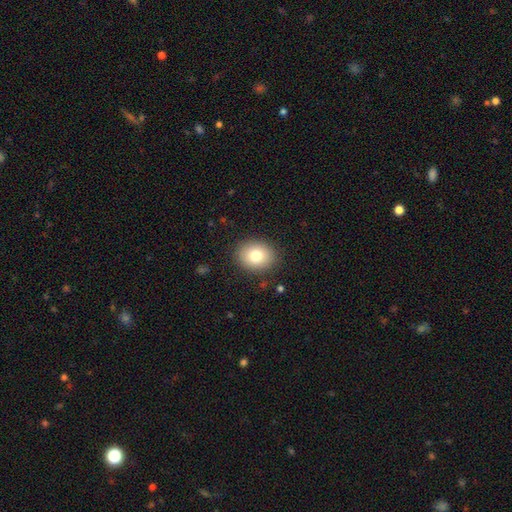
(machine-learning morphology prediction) Smooth or featured? smooth (80%)
How rounded? round (51%)
Merging? none (88%)